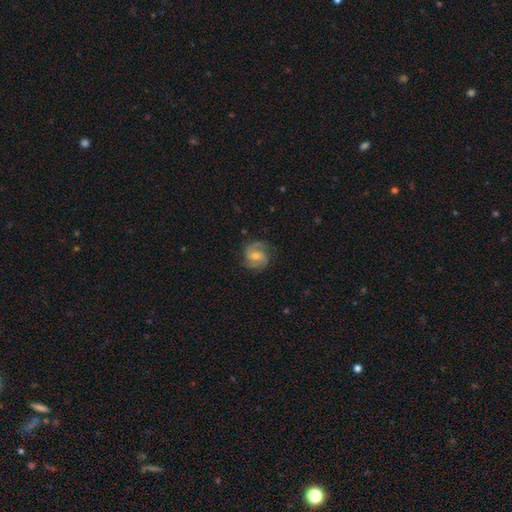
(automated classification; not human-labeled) Morphology: type=featured or disk (76%); edge-on=no (98%); bar=weak (50%); spiral arms=yes (95%); winding=medium (50%); arm count=2 (80%); bulge=moderate (58%); merging=none (78%).